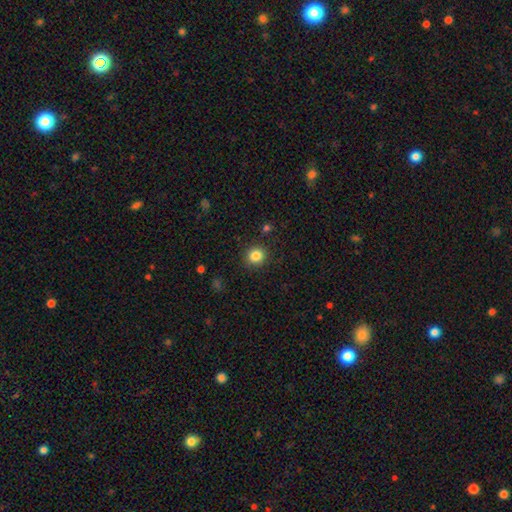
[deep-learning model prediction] A smooth galaxy with no disk features (84%) that is round (89%).

Vote fractions:
- Smooth or featured? smooth: 84% / star or artifact: 11% / featured or disk: 5%
- How rounded? round: 89% / in between: 10% / cigar-shaped: 1%
- Merging? none: 89% / minor disturbance: 7% / major disturbance: 2% / merger: 2%